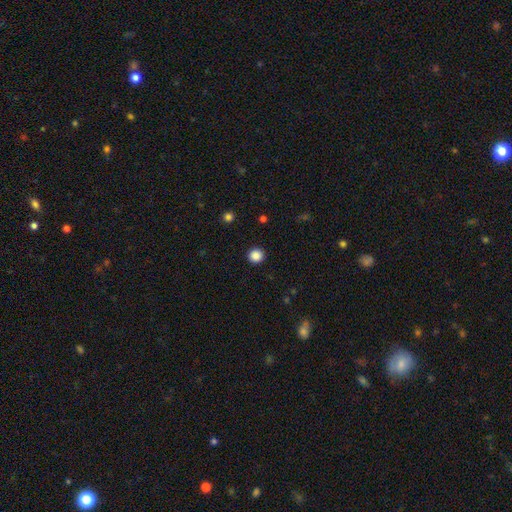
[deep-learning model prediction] The model was most divided on "smooth or featured": smooth: 87%, star or artifact: 10%, featured or disk: 2%. More confident: how rounded — round (93%); merging — none (93%).